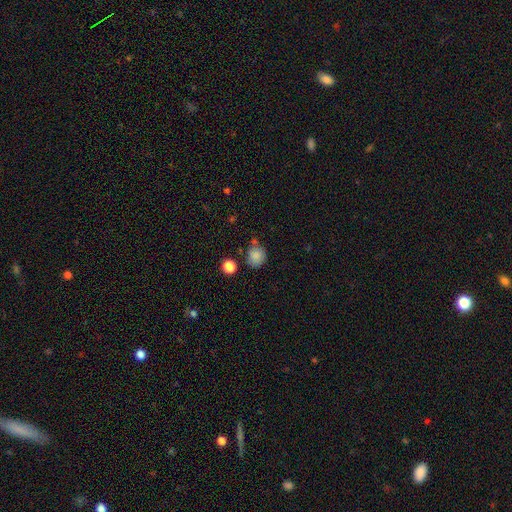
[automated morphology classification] type=smooth (84%); roundness=round (79%); merging=none (66%).